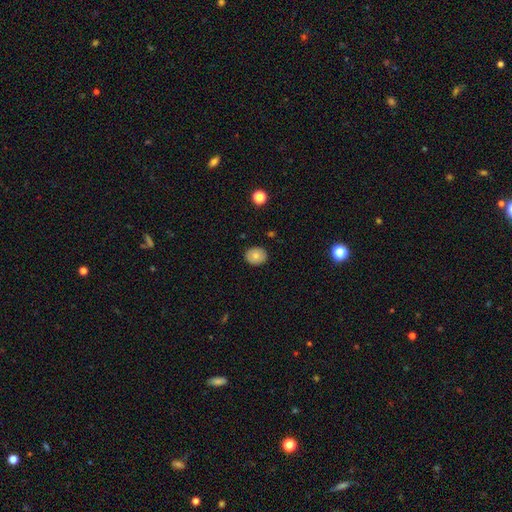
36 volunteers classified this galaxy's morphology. smooth_or_featured: smooth (p=0.75) [alt: featured or disk p=0.22]
how_rounded: round (p=0.70) [alt: in between p=0.30]
merging: none (p=0.91) [alt: minor disturbance p=0.09]